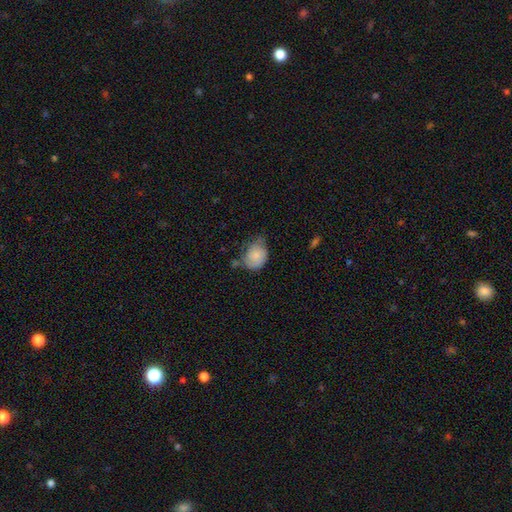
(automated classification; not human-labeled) Smooth or featured?
  - smooth: 78% *
  - featured or disk: 15%
  - star or artifact: 7%
How rounded?
  - in between: 55% *
  - round: 44%
  - cigar-shaped: 1%
Merging?
  - minor disturbance: 42% *
  - none: 39%
  - major disturbance: 13%
  - merger: 6%